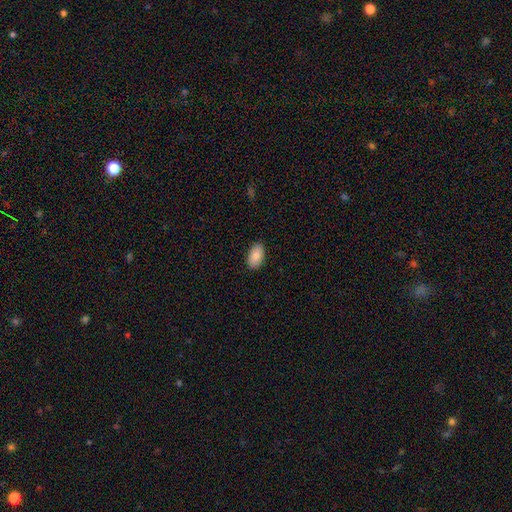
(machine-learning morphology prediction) Smooth or featured: smooth — 89% (star or artifact — 6%)
How rounded: in between — 94% (round — 4%)
Merging: none — 88% (minor disturbance — 9%)